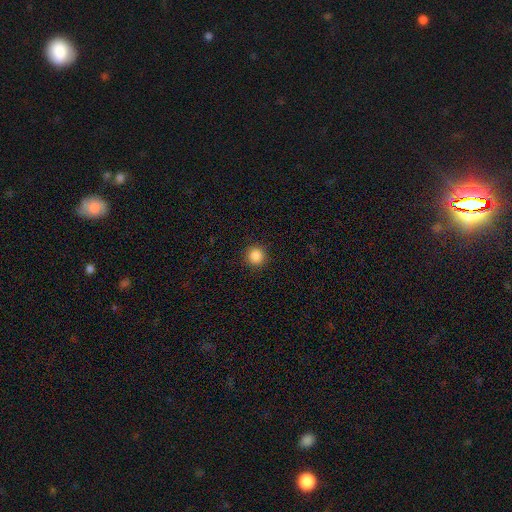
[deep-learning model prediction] smooth-or-featured: smooth: 87% | star or artifact: 10% | featured or disk: 3%
  how-rounded: round: 95% | in between: 4% | cigar-shaped: 1%
  merging: none: 92% | minor disturbance: 5% | major disturbance: 2% | merger: 1%